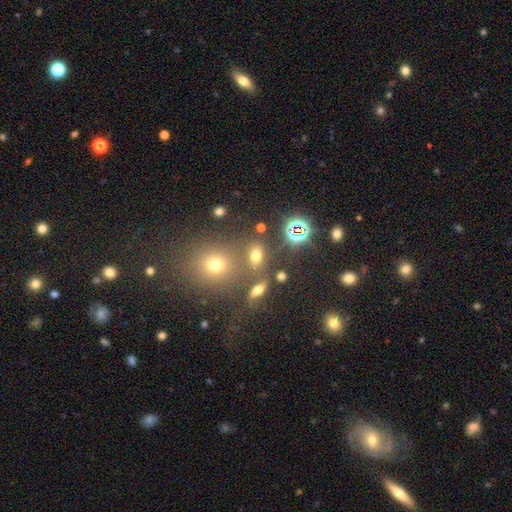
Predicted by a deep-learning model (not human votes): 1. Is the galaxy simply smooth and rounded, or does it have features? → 61% smooth, 28% star or artifact, 11% featured or disk.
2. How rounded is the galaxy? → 65% in between, 31% round, 4% cigar-shaped.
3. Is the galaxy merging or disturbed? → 65% none, 18% merger, 11% minor disturbance, 6% major disturbance.